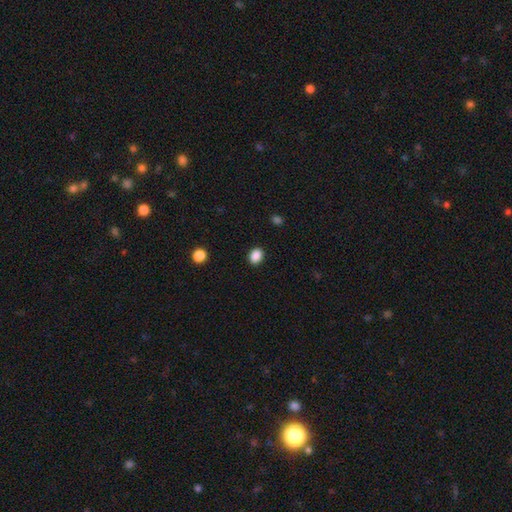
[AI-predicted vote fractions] Smooth or featured?
  - smooth: 88% *
  - star or artifact: 9%
  - featured or disk: 3%
How rounded?
  - in between: 58% *
  - round: 41%
  - cigar-shaped: 1%
Merging?
  - none: 88% *
  - minor disturbance: 8%
  - major disturbance: 2%
  - merger: 1%